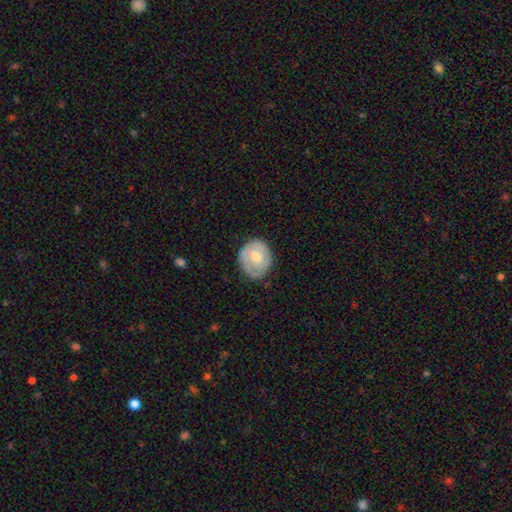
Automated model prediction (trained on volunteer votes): featured or disk 52%, smooth 42%, star or artifact 6%. Down the decision tree: edge-on disk — no (97%); bar — no (59%); spiral arms — yes (68%); bulge size — moderate (58%); merging — none (70%).